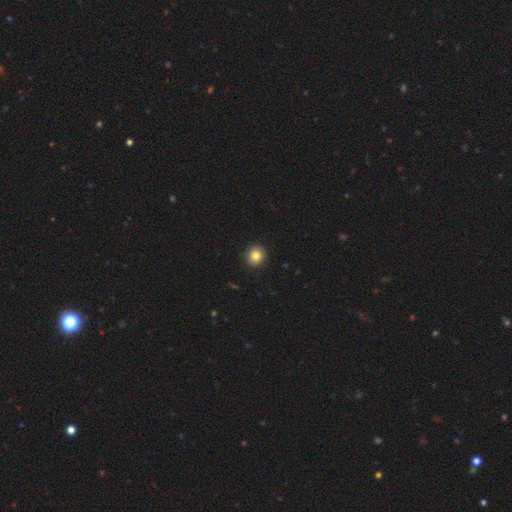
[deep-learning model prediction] Q: Smooth or featured?
A: smooth (83%); runner-up: star or artifact (11%)
Q: How rounded?
A: round (92%); runner-up: in between (7%)
Q: Merging?
A: none (92%); runner-up: minor disturbance (5%)